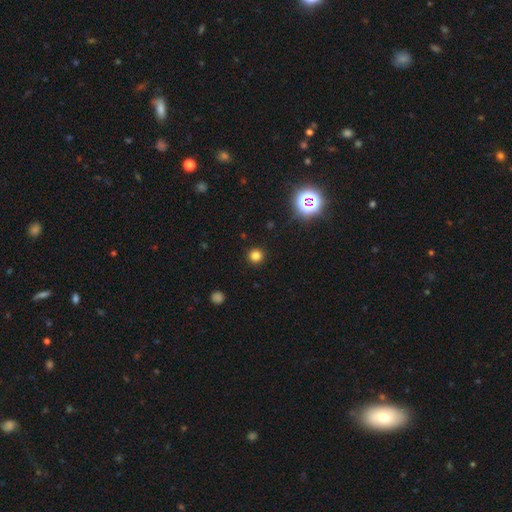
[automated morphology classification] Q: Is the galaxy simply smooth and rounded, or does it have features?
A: smooth — 80%.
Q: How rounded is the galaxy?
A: round — 95%.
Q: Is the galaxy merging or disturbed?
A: none — 92%.